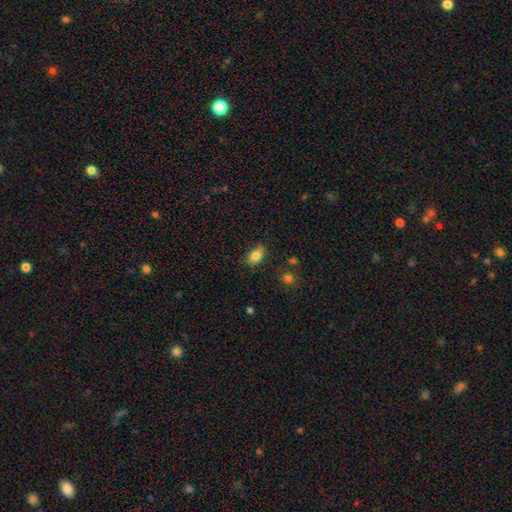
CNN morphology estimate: A smooth galaxy with no disk features (83%) that is in between round and cigar-shaped (87%). Merging: none (71%).